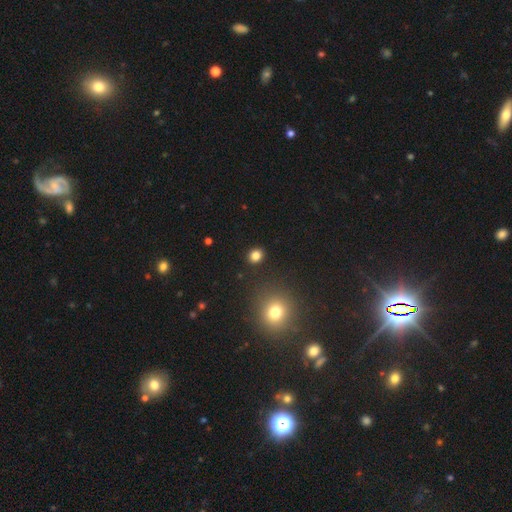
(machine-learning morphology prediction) Q: Smooth or featured?
A: smooth (82%); runner-up: star or artifact (14%)
Q: How rounded?
A: round (68%); runner-up: in between (31%)
Q: Merging?
A: none (90%); runner-up: minor disturbance (6%)